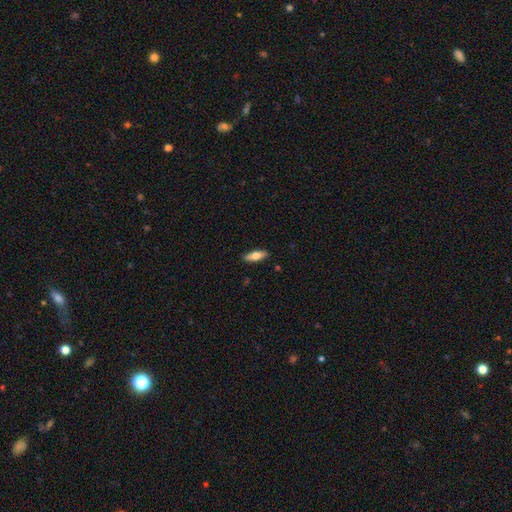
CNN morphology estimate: A smooth galaxy with no disk features (67%) that is in between round and cigar-shaped (57%).

Vote fractions:
- Smooth or featured? smooth: 67% / featured or disk: 27% / star or artifact: 6%
- How rounded? in between: 57% / cigar-shaped: 41% / round: 2%
- Merging? none: 89% / minor disturbance: 8% / major disturbance: 2% / merger: 1%